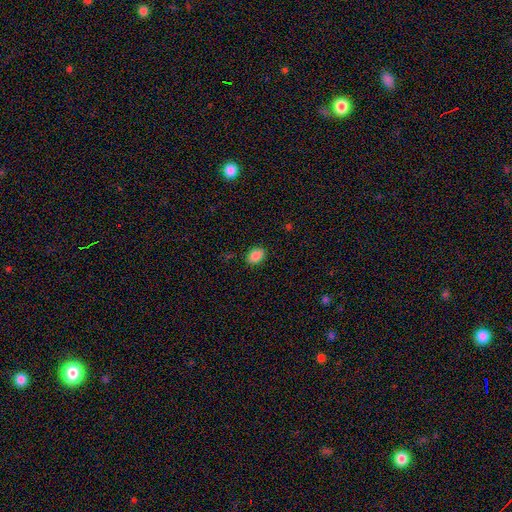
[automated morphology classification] smooth-or-featured: smooth: 88% | star or artifact: 9% | featured or disk: 4%
  how-rounded: in between: 79% | round: 20% | cigar-shaped: 1%
  merging: none: 87% | minor disturbance: 9% | major disturbance: 2% | merger: 1%